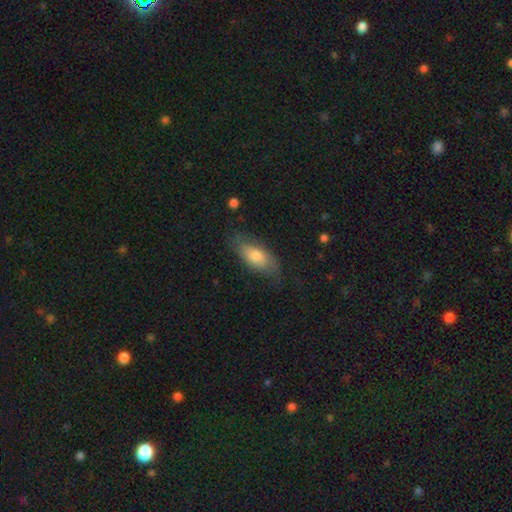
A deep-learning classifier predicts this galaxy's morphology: Smooth or featured? Predicted: smooth (p=0.63). How rounded? Predicted: in between (p=0.83). Merging? Predicted: none (p=0.67).